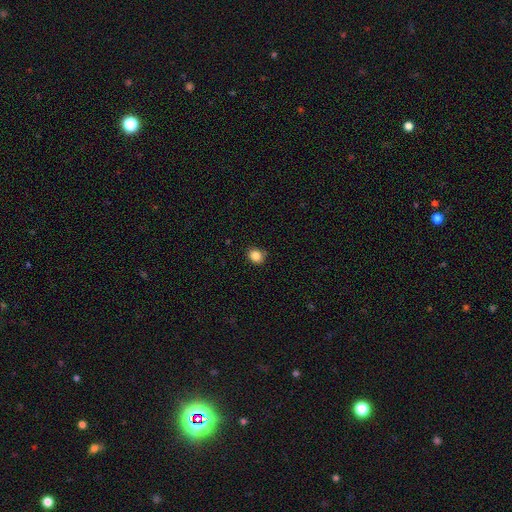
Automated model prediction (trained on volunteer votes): Q: Smooth or featured?
A: smooth (85%); runner-up: star or artifact (11%)
Q: How rounded?
A: round (71%); runner-up: in between (28%)
Q: Merging?
A: none (85%); runner-up: minor disturbance (11%)